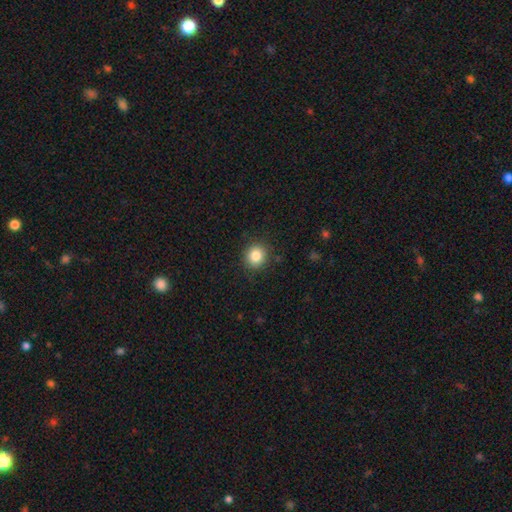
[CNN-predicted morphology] A smooth galaxy with no disk features (84%) that is round (84%). Merging: none (88%).